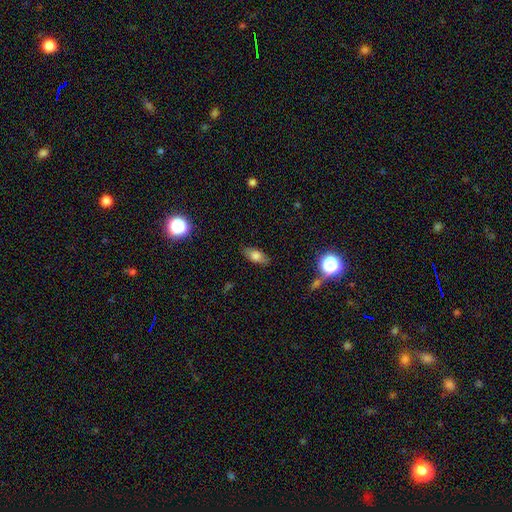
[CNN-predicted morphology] The model was most divided on "smooth or featured": smooth: 72%, featured or disk: 17%, star or artifact: 10%. More confident: how rounded — in between (83%); merging — none (83%).